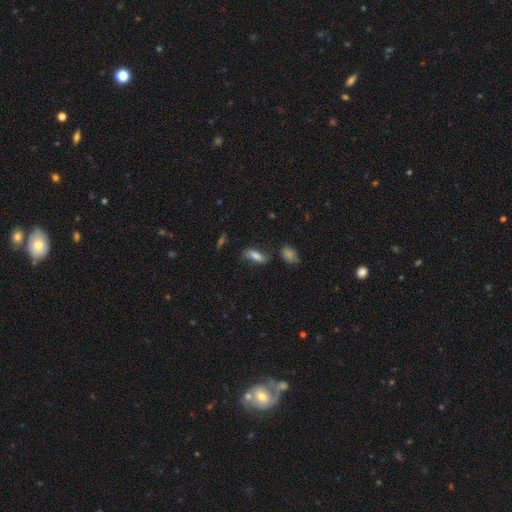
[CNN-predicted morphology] smooth 71%, featured or disk 19%, star or artifact 10%. Down the decision tree: how rounded — in between (69%); merging — none (66%).